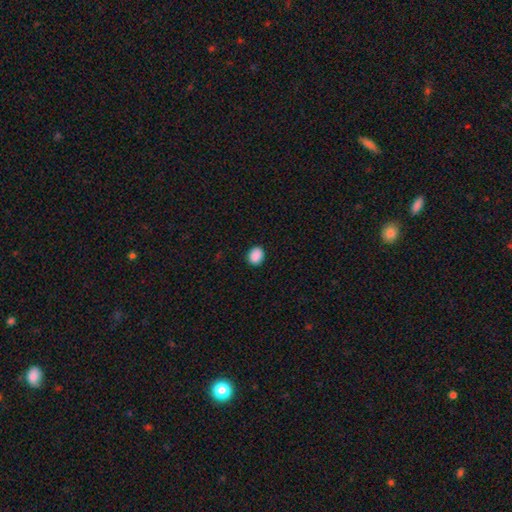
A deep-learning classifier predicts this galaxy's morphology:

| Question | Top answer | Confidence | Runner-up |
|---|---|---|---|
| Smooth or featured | smooth | 89% | star or artifact (8%) |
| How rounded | round | 55% | in between (44%) |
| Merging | none | 86% | minor disturbance (10%) |